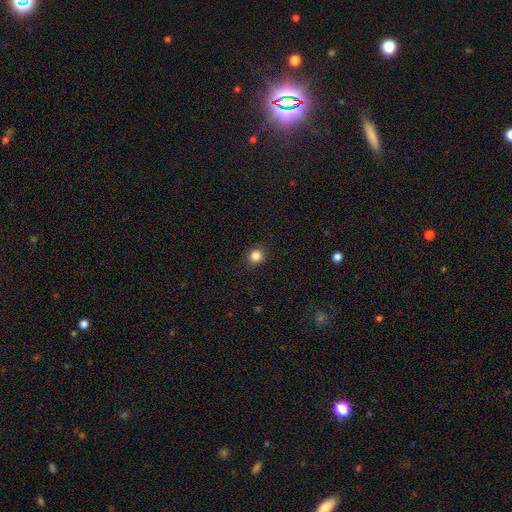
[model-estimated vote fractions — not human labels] Smooth or featured: smooth — 84% (star or artifact — 12%)
How rounded: round — 88% (in between — 11%)
Merging: none — 91% (minor disturbance — 6%)